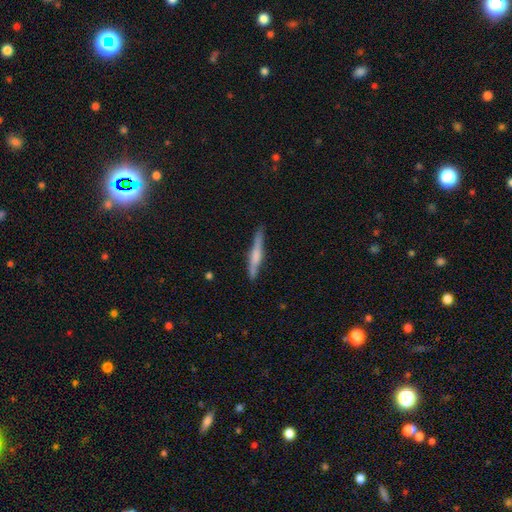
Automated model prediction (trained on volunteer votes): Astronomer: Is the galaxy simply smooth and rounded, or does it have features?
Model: featured or disk — 53% (runner-up: smooth, 41%).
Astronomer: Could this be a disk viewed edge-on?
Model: yes — 96%.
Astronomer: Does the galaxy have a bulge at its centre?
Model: rounded — 49% (runner-up: boxy, 31%).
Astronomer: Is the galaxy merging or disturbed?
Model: none — 86%.